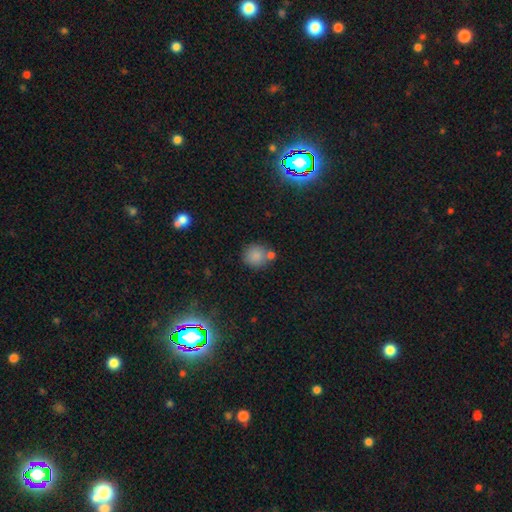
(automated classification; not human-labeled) A smooth galaxy with no disk features (82%) that is round (89%). Merging: none (64%).